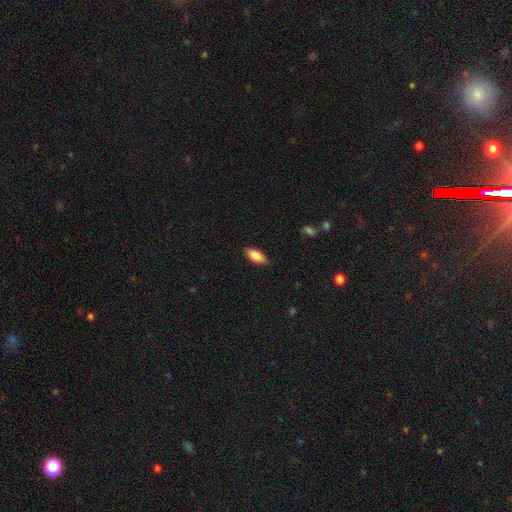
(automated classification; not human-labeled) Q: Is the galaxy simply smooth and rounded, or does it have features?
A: smooth — 81%.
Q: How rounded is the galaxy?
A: in between — 81%.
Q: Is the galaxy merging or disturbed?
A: none — 87%.